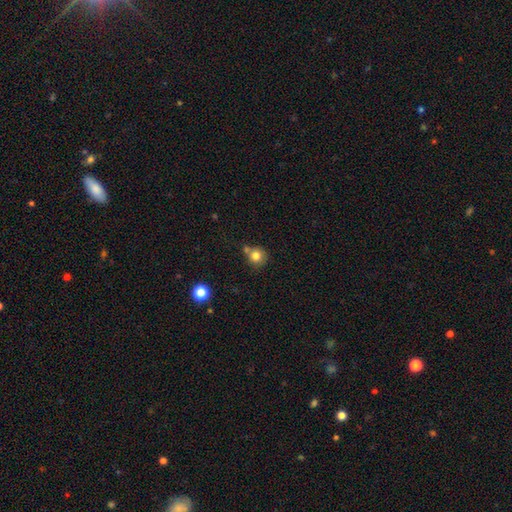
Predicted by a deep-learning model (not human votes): smooth-or-featured: smooth: 80% | star or artifact: 11% | featured or disk: 9%
  how-rounded: round: 88% | in between: 11% | cigar-shaped: 1%
  merging: none: 57% | merger: 24% | minor disturbance: 15% | major disturbance: 5%